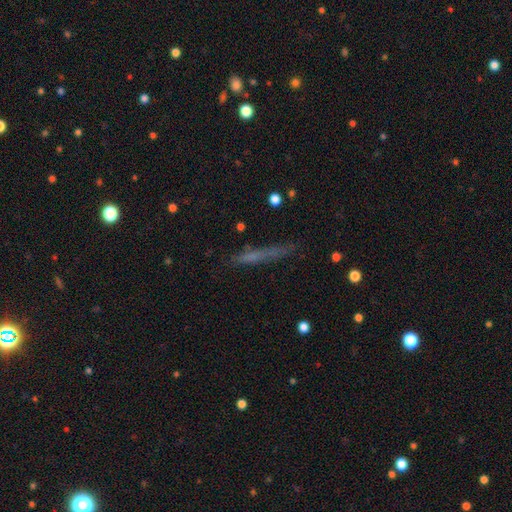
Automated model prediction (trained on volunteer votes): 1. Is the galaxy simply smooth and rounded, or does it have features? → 55% smooth, 33% featured or disk, 13% star or artifact.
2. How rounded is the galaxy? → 92% cigar-shaped, 5% in between, 3% round.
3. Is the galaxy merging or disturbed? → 73% none, 18% minor disturbance, 6% major disturbance, 3% merger.